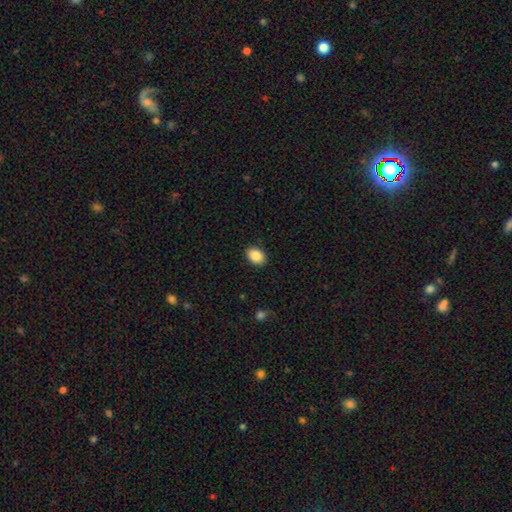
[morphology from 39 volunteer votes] This is clearly a smooth galaxy (87%). How rounded: clearly in between (91%). Merging: likely none (76%).